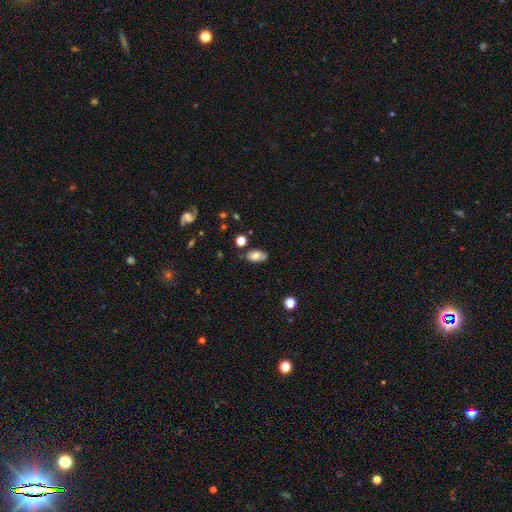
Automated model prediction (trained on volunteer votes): This appears to be a smooth galaxy with no disk features (69%) that is in between round and cigar-shaped (92%). Merging: none (74%).